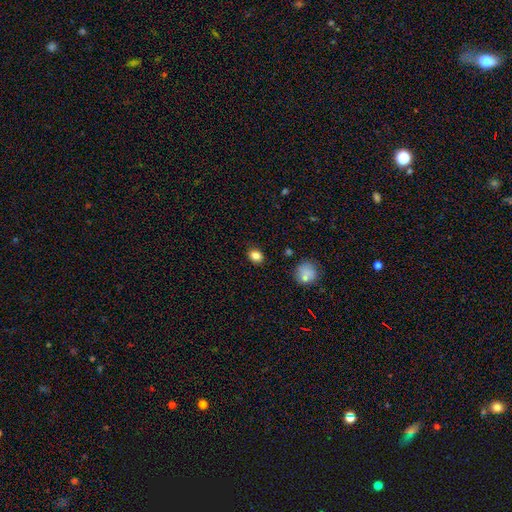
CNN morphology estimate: Smooth or featured: smooth — 84% (star or artifact — 11%)
How rounded: in between — 51% (round — 48%)
Merging: none — 87% (minor disturbance — 9%)